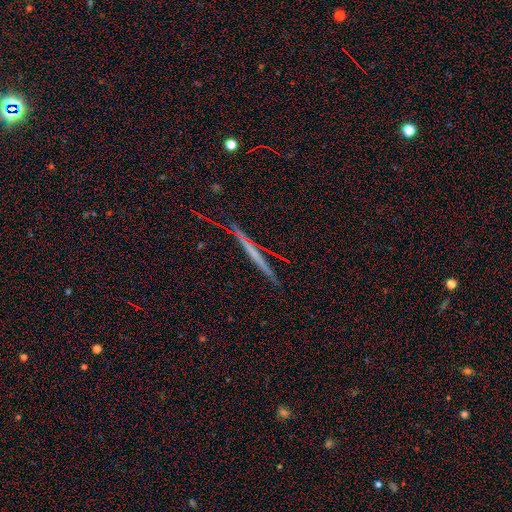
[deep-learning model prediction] A featured or disk galaxy (42%).

Vote fractions:
- Smooth or featured? featured or disk: 42% / star or artifact: 30% / smooth: 28%
- Merging? none: 86% / minor disturbance: 8% / major disturbance: 3% / merger: 3%